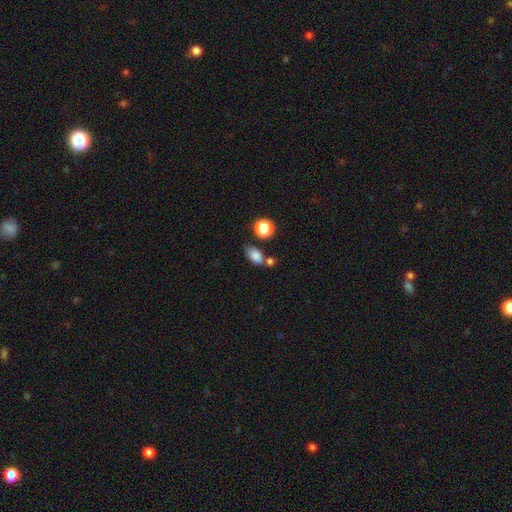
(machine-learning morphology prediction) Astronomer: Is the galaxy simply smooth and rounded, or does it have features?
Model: smooth — 83%.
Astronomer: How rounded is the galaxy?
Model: in between — 80%.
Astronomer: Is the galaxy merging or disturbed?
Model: none — 58%.